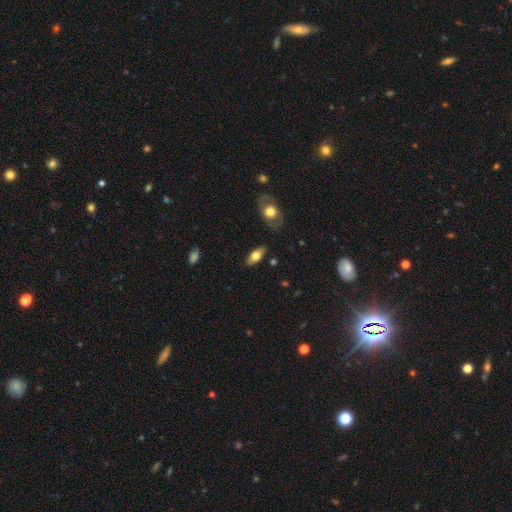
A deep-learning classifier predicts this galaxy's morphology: smooth-or-featured: smooth: 64% | featured or disk: 30% | star or artifact: 7%
  how-rounded: in between: 83% | cigar-shaped: 13% | round: 4%
  merging: none: 85% | minor disturbance: 10% | major disturbance: 3% | merger: 2%